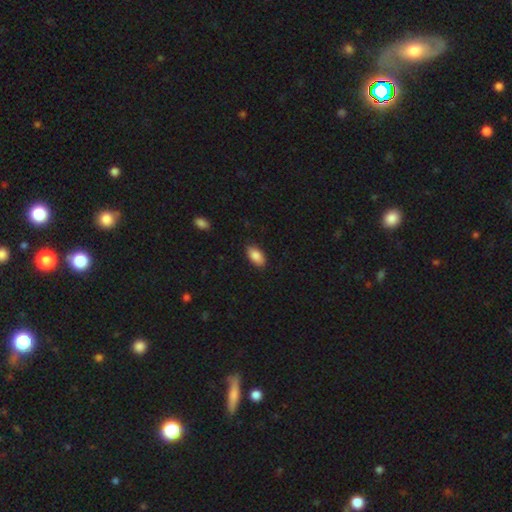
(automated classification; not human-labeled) Smooth or featured? smooth (87%)
How rounded? in between (93%)
Merging? none (85%)